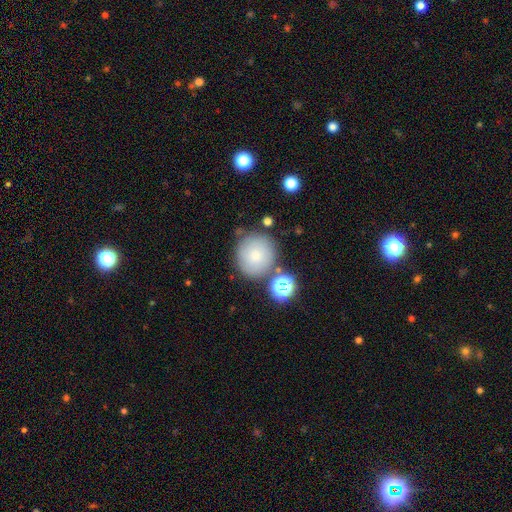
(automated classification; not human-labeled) Morphology: type=smooth (75%); roundness=round (92%); merging=none (75%).